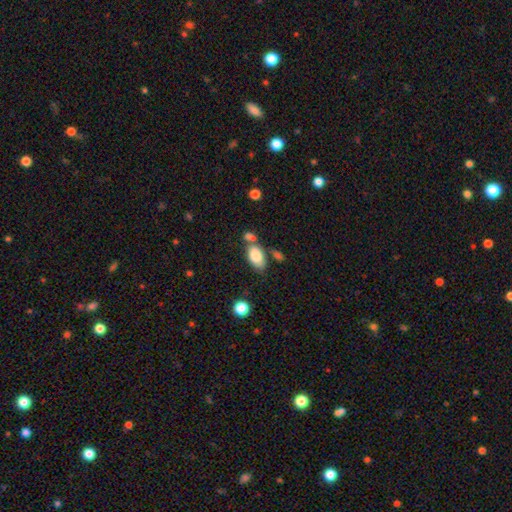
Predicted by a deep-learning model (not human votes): Q: Smooth or featured?
A: smooth (82%); runner-up: featured or disk (10%)
Q: How rounded?
A: in between (91%); runner-up: round (6%)
Q: Merging?
A: none (52%); runner-up: merger (23%)